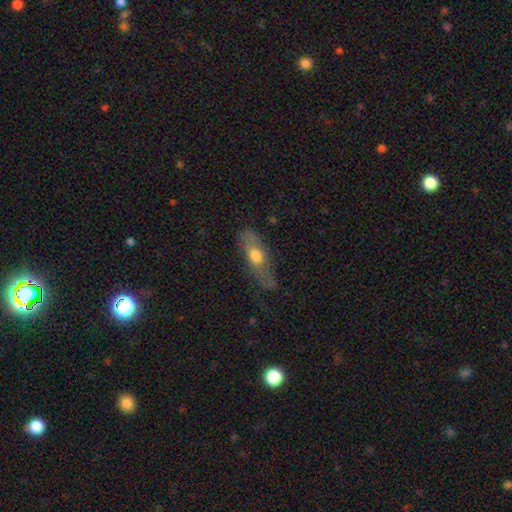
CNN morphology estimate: Smooth or featured? smooth (54%)
How rounded? in between (53%)
Merging? none (57%)